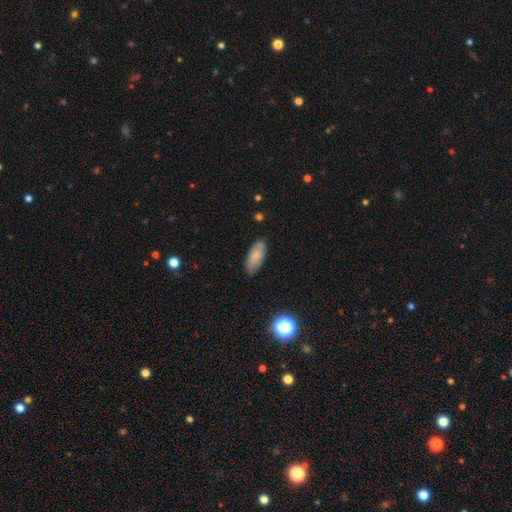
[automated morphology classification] Smooth or featured: smooth — 82% (featured or disk — 11%)
How rounded: in between — 81% (cigar-shaped — 17%)
Merging: none — 84% (minor disturbance — 13%)